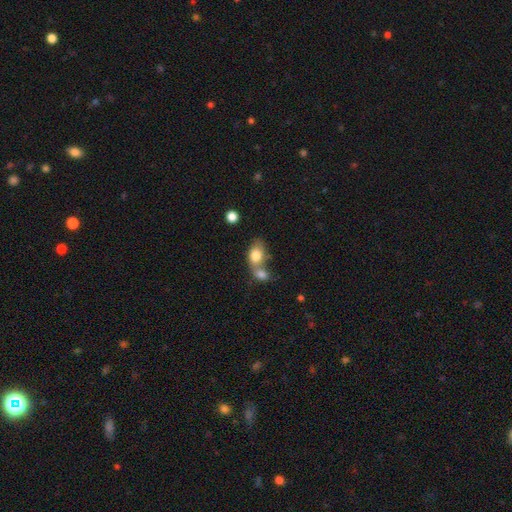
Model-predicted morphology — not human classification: smooth 79%, featured or disk 13%, star or artifact 8%. Down the decision tree: how rounded — in between (71%); merging — merger (59%).